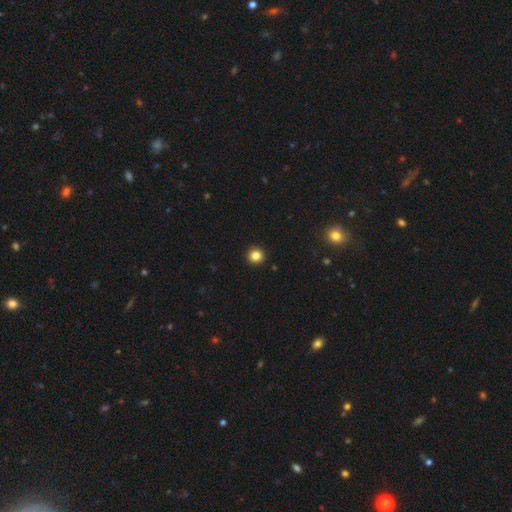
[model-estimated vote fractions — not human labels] A smooth galaxy with no disk features (85%) that is round (94%). Merging: none (93%).